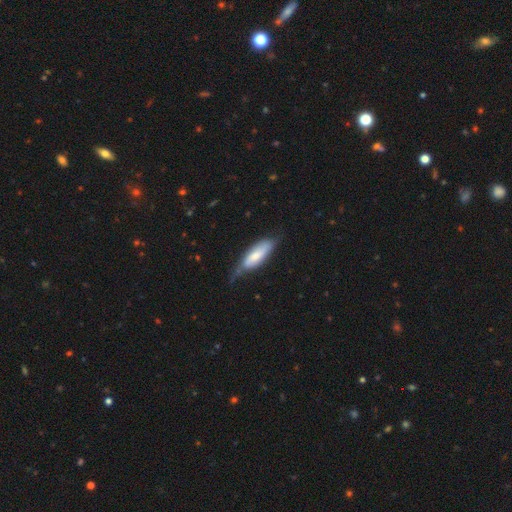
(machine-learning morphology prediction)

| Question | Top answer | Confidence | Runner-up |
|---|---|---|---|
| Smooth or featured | smooth | 59% | featured or disk (35%) |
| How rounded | in between | 61% | cigar-shaped (37%) |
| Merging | none | 45% | minor disturbance (39%) |